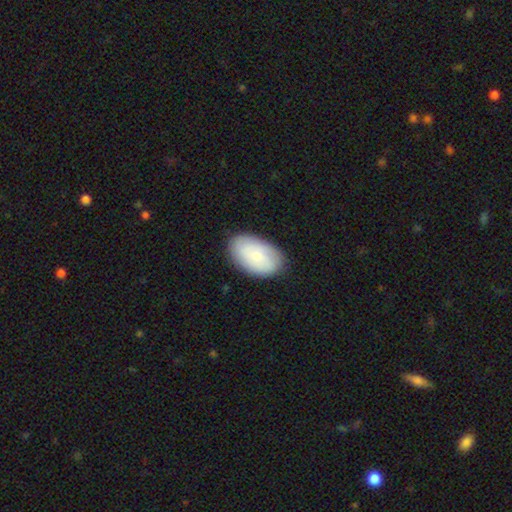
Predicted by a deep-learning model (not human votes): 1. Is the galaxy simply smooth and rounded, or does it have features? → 77% smooth, 17% featured or disk, 6% star or artifact.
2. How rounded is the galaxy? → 93% in between, 6% round, 1% cigar-shaped.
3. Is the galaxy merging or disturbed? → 84% none, 12% minor disturbance, 3% major disturbance, 1% merger.